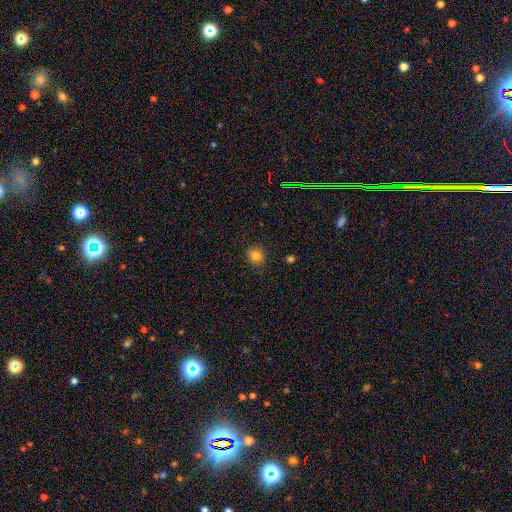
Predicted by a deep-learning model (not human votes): This appears to be a smooth galaxy with no disk features (82%) that is round (81%). Merging: none (88%).